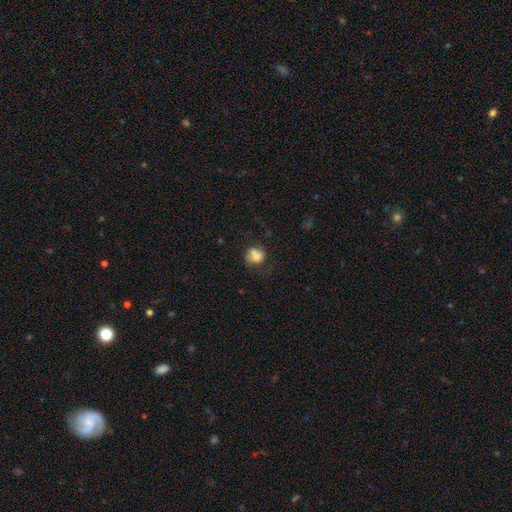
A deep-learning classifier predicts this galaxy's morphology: The model was most divided on "merging": none: 43%, merger: 24%, minor disturbance: 21%, major disturbance: 12%. More confident: smooth or featured — smooth (70%); how rounded — round (69%).